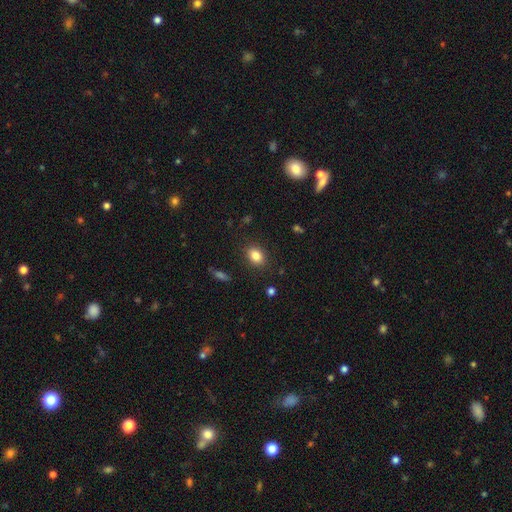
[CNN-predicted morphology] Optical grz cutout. It shows a smooth galaxy with no disk features (84%) that is in between round and cigar-shaped (69%). Merging: none (86%).